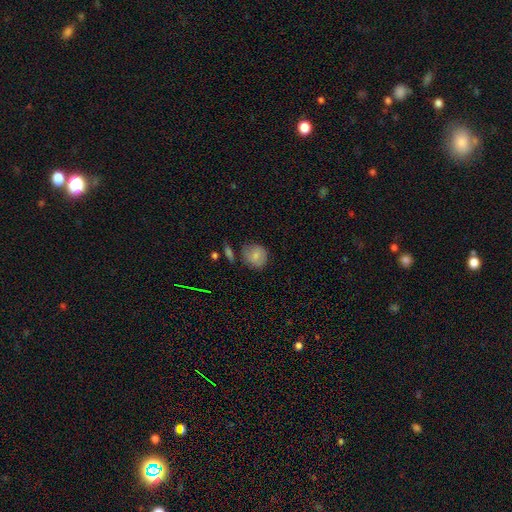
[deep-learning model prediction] smooth-or-featured: smooth: 79% | featured or disk: 13% | star or artifact: 8%
  how-rounded: round: 82% | in between: 17% | cigar-shaped: 1%
  merging: none: 67% | minor disturbance: 22% | merger: 6% | major disturbance: 5%